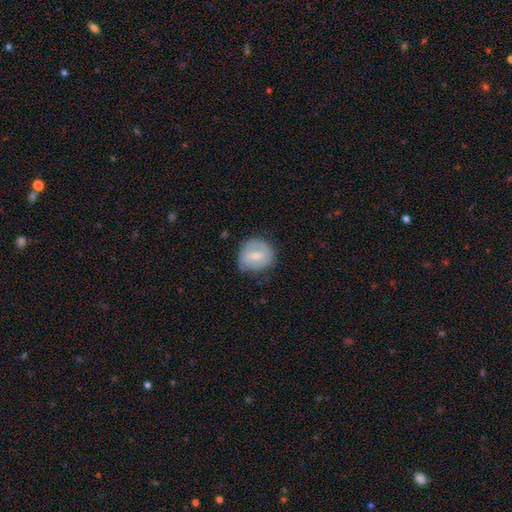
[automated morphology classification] smooth 51%, featured or disk 42%, star or artifact 6%. Down the decision tree: how rounded — round (78%); merging — none (71%).